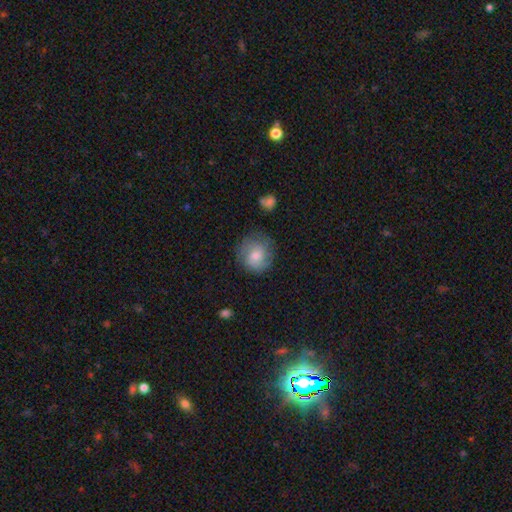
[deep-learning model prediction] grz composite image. It shows a smooth galaxy with no disk features (54%) that is round (86%). Merging: none (75%).